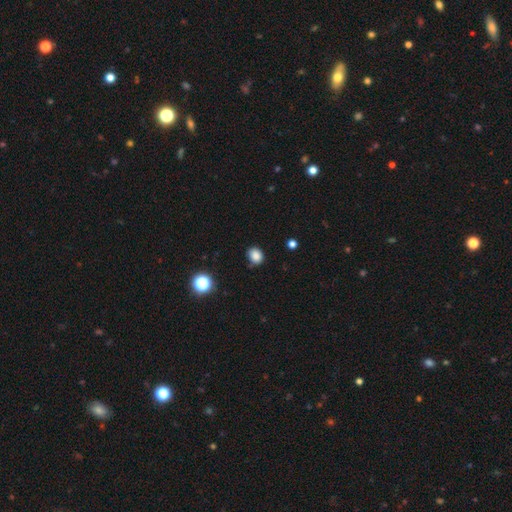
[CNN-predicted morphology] smooth_or_featured: smooth (p=0.85) [alt: star or artifact p=0.11]
how_rounded: round (p=0.61) [alt: in between p=0.38]
merging: none (p=0.75) [alt: minor disturbance p=0.19]